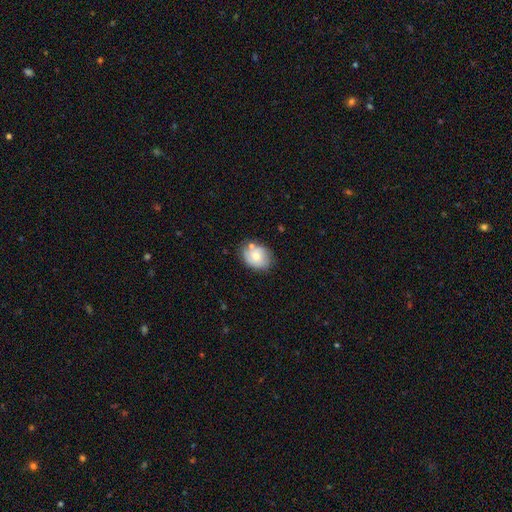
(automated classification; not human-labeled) smooth_or_featured: smooth (p=0.63) [alt: featured or disk p=0.29]
how_rounded: in between (p=0.58) [alt: round p=0.42]
merging: none (p=0.66) [alt: minor disturbance p=0.20]